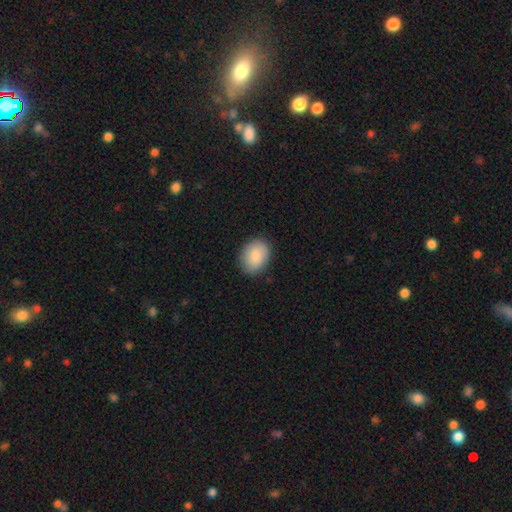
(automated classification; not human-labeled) The model was most divided on "how rounded": in between: 67%, round: 32%, cigar-shaped: 1%. More confident: smooth or featured — smooth (86%); merging — none (85%).